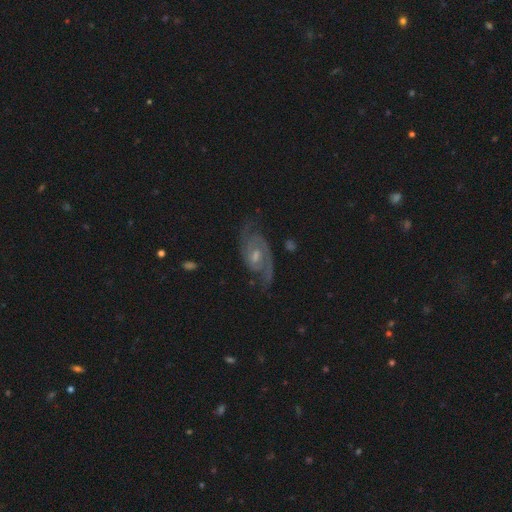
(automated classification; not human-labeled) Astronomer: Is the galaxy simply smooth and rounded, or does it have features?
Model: featured or disk — 87%.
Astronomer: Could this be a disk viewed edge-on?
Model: no — 96%.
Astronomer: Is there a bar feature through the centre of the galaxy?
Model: no — 49% (runner-up: weak, 43%).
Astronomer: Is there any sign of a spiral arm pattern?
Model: yes — 97%.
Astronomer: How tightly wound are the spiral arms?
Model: medium — 51% (runner-up: tight, 30%).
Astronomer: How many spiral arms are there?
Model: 2 — 85%.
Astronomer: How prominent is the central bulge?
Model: moderate — 49% (runner-up: small, 43%).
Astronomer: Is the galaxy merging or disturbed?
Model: none — 73%.